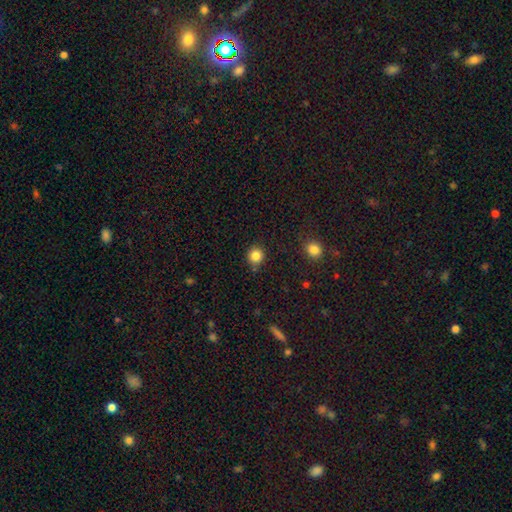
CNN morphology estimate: smooth-or-featured: smooth: 84% | star or artifact: 11% | featured or disk: 4%
  how-rounded: round: 91% | in between: 8% | cigar-shaped: 1%
  merging: none: 83% | minor disturbance: 10% | merger: 4% | major disturbance: 3%